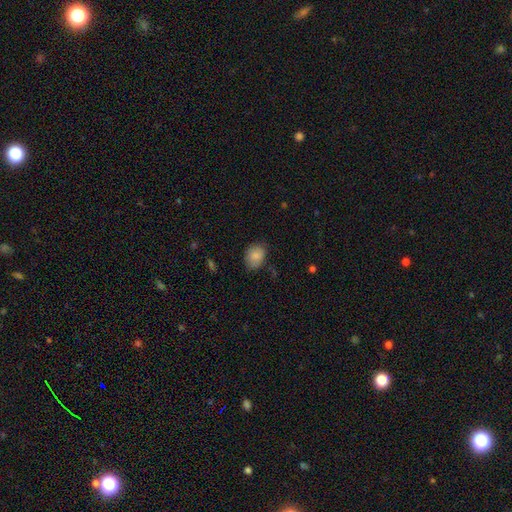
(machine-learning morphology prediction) Overall: smooth (87%). How rounded: in between (68%; round 31%). Merging: none (73%).